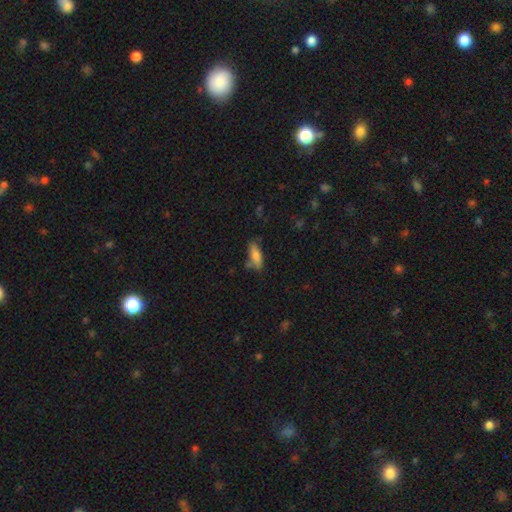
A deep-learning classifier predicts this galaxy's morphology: Overall: smooth (75%). How rounded: in between (61%; cigar-shaped 37%). Merging: none (60%; minor disturbance 24%).